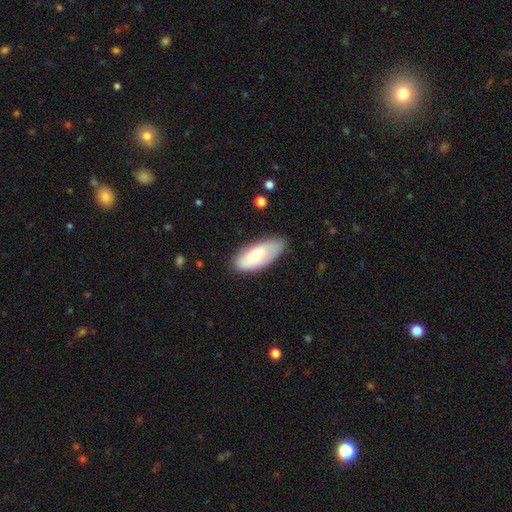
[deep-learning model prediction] Smooth or featured?
  - smooth: 66% *
  - featured or disk: 28%
  - star or artifact: 6%
How rounded?
  - in between: 85% *
  - cigar-shaped: 13%
  - round: 2%
Merging?
  - none: 72% *
  - minor disturbance: 22%
  - major disturbance: 5%
  - merger: 2%